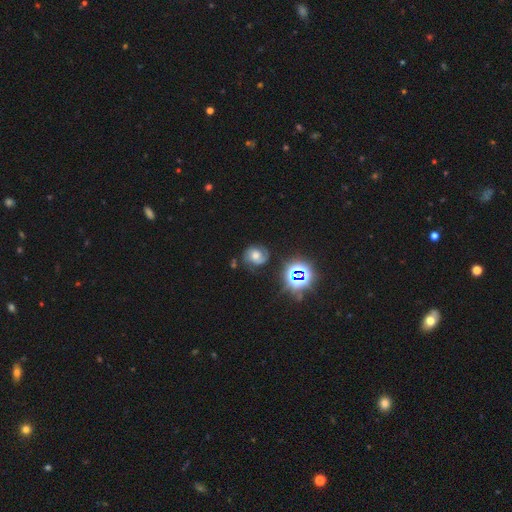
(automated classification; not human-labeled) smooth_or_featured: featured or disk (p=0.62) [alt: smooth p=0.22]
disk_edge_on: no (p=0.97) [alt: yes p=0.03]
bar: no (p=0.62) [alt: weak p=0.31]
has_spiral_arms: yes (p=0.92) [alt: no p=0.08]
spiral_winding: medium (p=0.45) [alt: tight p=0.41]
spiral_arm_count: 2 (p=0.75) [alt: can't tell p=0.10]
bulge_size: moderate (p=0.58) [alt: small p=0.18]
merging: none (p=0.70) [alt: minor disturbance p=0.19]